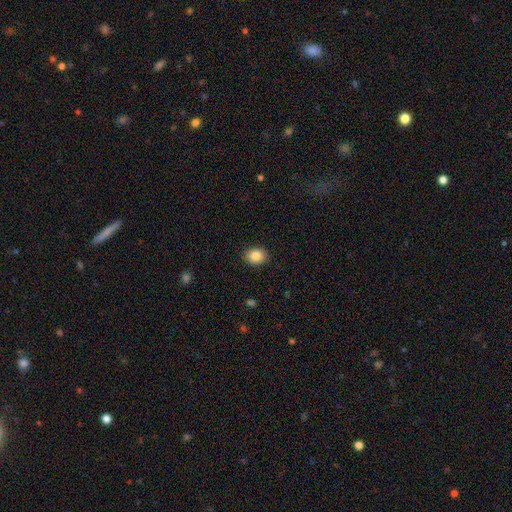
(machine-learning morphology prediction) Smooth or featured: smooth — 86% (star or artifact — 9%)
How rounded: in between — 56% (round — 43%)
Merging: none — 89% (minor disturbance — 8%)